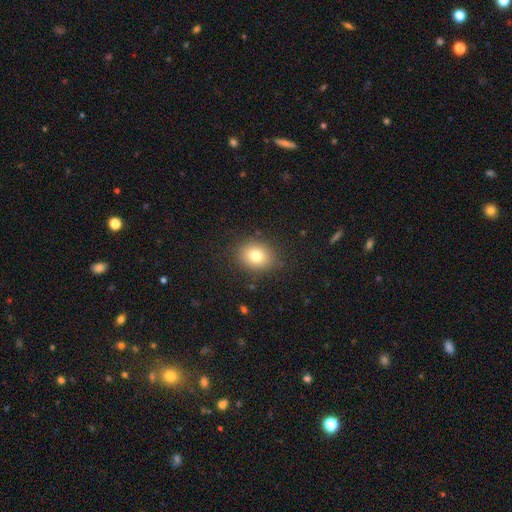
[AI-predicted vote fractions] Q: Smooth or featured?
A: smooth (78%); runner-up: star or artifact (12%)
Q: How rounded?
A: round (60%); runner-up: in between (39%)
Q: Merging?
A: none (87%); runner-up: minor disturbance (9%)